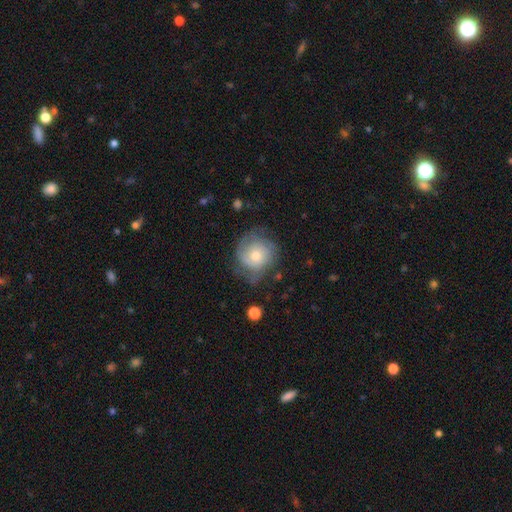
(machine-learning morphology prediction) Overall: featured or disk (55%; smooth 37%). Edge-on disk: no (97%). Bar: no (80%). Spiral arms: yes (82%). Bulge size: moderate (57%; small 34%). Merging: none (56%; minor disturbance 28%).